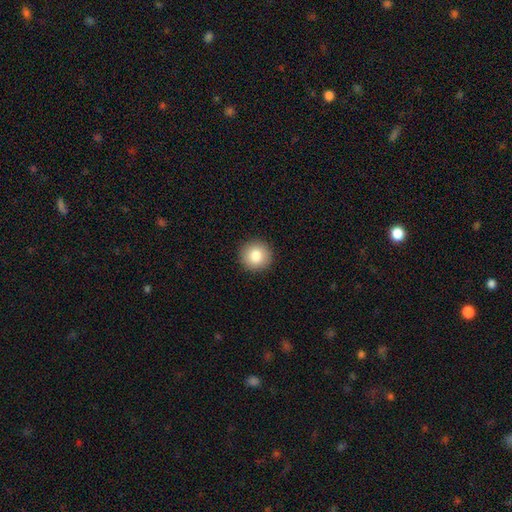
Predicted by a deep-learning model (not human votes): This is clearly a smooth galaxy (83%). How rounded: clearly round (94%). Merging: clearly none (93%).